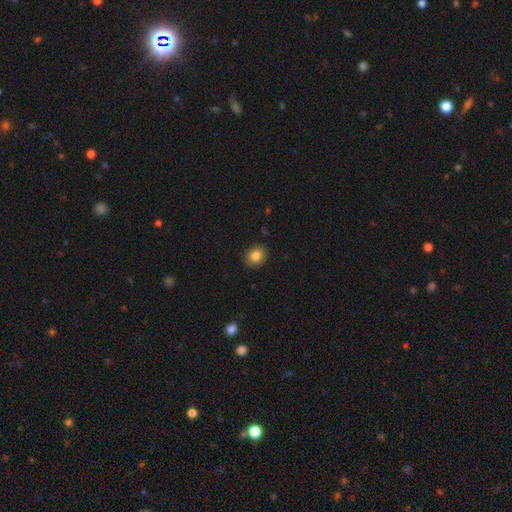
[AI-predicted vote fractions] The model was most divided on "how rounded": round: 68%, in between: 31%, cigar-shaped: 1%. More confident: merging — none (90%); smooth or featured — smooth (84%).